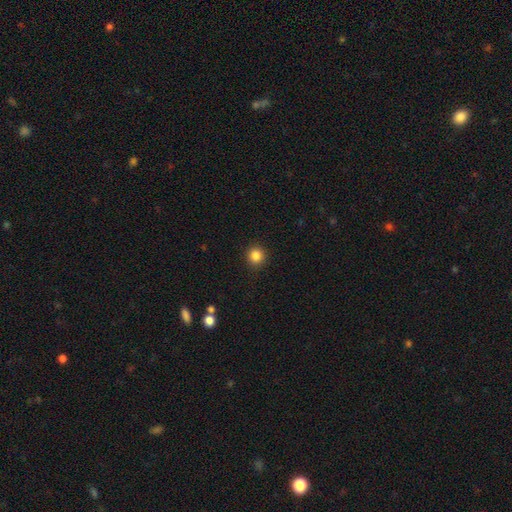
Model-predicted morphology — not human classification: Smooth or featured?
  - smooth: 86% *
  - star or artifact: 11%
  - featured or disk: 4%
How rounded?
  - round: 94% *
  - in between: 5%
  - cigar-shaped: 1%
Merging?
  - none: 92% *
  - minor disturbance: 5%
  - major disturbance: 2%
  - merger: 1%